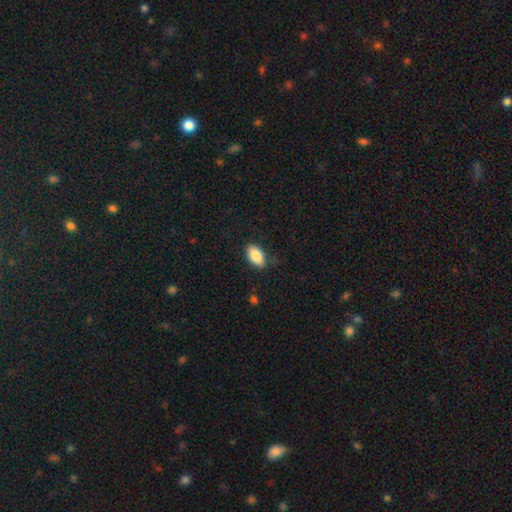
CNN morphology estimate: Smooth or featured: smooth — 86% (featured or disk — 7%)
How rounded: in between — 93% (round — 5%)
Merging: none — 80% (minor disturbance — 15%)